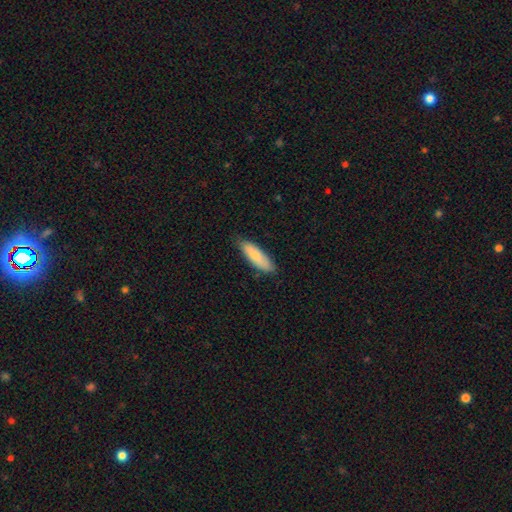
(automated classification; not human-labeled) Smooth or featured: smooth — 81% (featured or disk — 14%)
How rounded: in between — 54% (cigar-shaped — 45%)
Merging: none — 79% (minor disturbance — 17%)